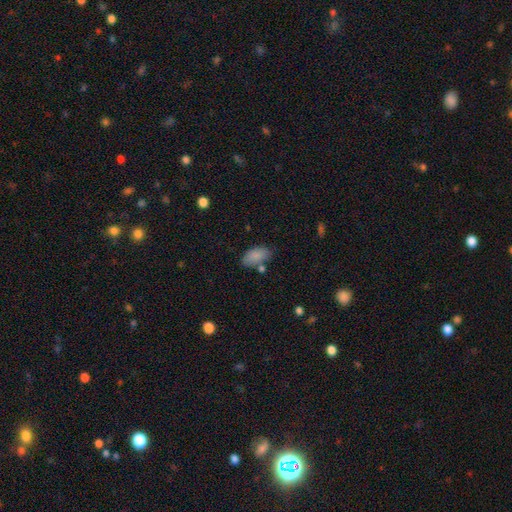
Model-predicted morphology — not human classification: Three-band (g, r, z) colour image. It shows a smooth galaxy with no disk features (86%) that is in between round and cigar-shaped (94%). Merging: none (68%).